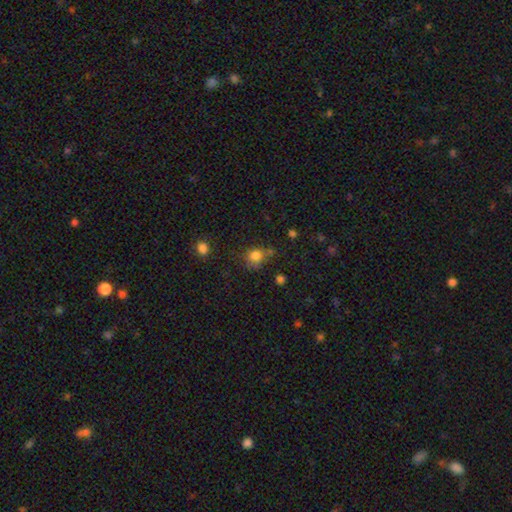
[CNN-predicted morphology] type=smooth (78%); roundness=round (71%); merging=none (54%).